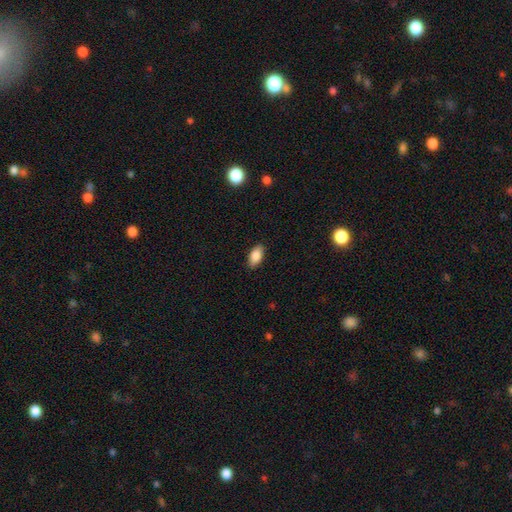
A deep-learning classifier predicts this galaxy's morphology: Smooth or featured? Predicted: smooth (p=0.86). How rounded? Predicted: in between (p=0.92). Merging? Predicted: none (p=0.87).